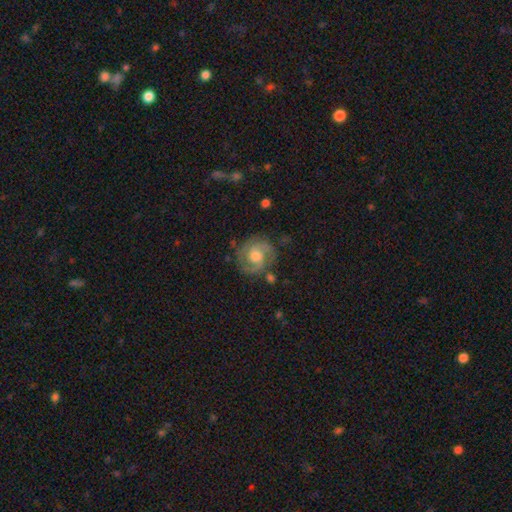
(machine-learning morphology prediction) type=featured or disk (84%); edge-on=no (98%); bar=no (60%); spiral arms=yes (96%); winding=tight (48%); arm count=2 (78%); bulge=moderate (60%); merging=none (78%).